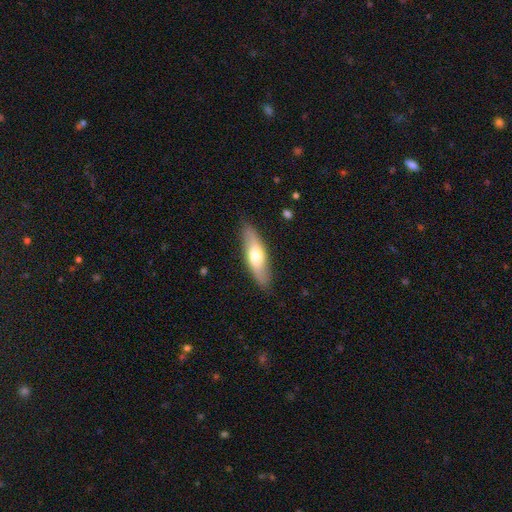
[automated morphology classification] The model was most divided on "how rounded": cigar-shaped: 51%, in between: 46%, round: 2%. More confident: merging — none (86%); smooth or featured — smooth (58%).